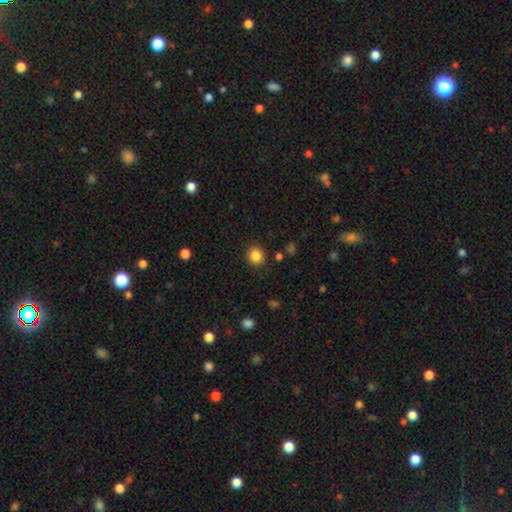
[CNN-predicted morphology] A smooth galaxy with no disk features (86%) that is round (80%). Merging: none (88%).